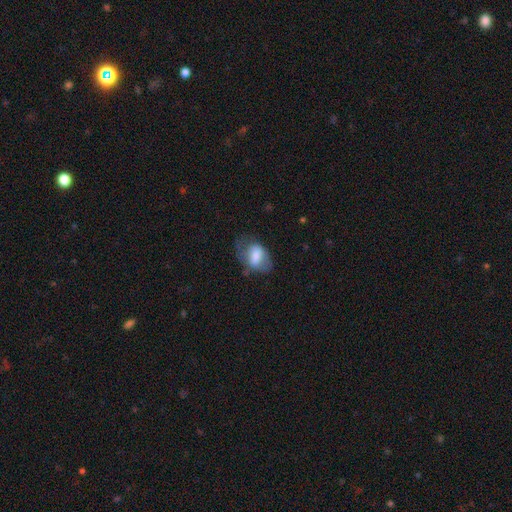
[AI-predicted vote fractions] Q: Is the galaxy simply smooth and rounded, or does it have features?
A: smooth — 61%.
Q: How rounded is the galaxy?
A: in between — 82%.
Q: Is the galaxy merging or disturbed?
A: none — 45%.